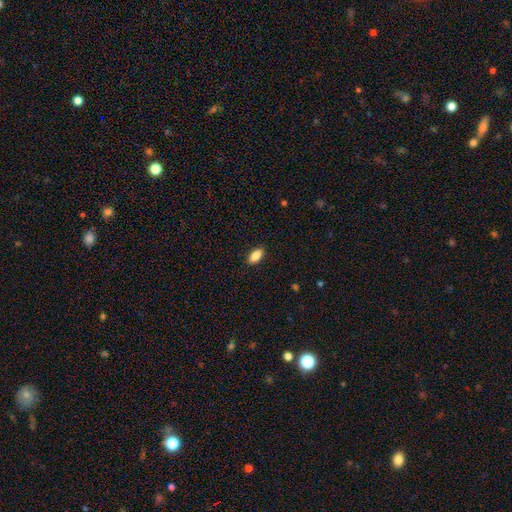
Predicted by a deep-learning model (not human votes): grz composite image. It shows a smooth galaxy with no disk features (85%) that is in between round and cigar-shaped (88%). Merging: none (89%).